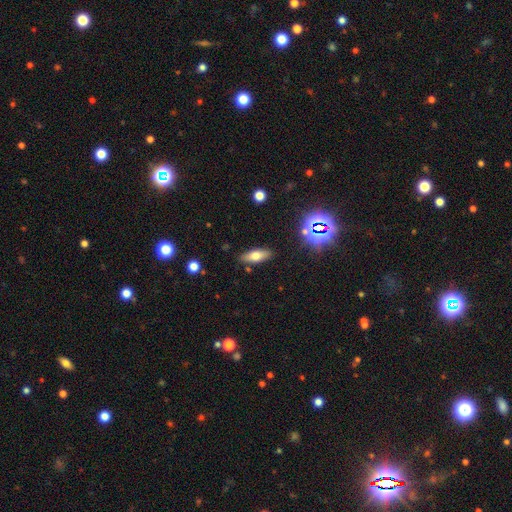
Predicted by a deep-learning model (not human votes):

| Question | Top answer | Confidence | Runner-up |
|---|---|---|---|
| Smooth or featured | smooth | 66% | featured or disk (23%) |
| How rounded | in between | 70% | cigar-shaped (26%) |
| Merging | none | 85% | minor disturbance (10%) |